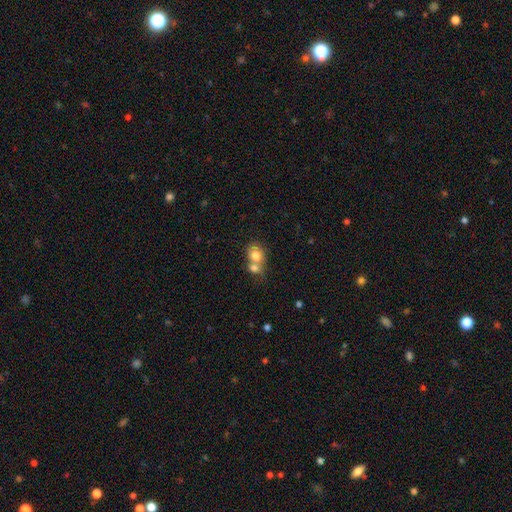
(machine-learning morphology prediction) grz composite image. It shows a smooth galaxy with no disk features (76%) that is round (57%). Merging: merger (63%).